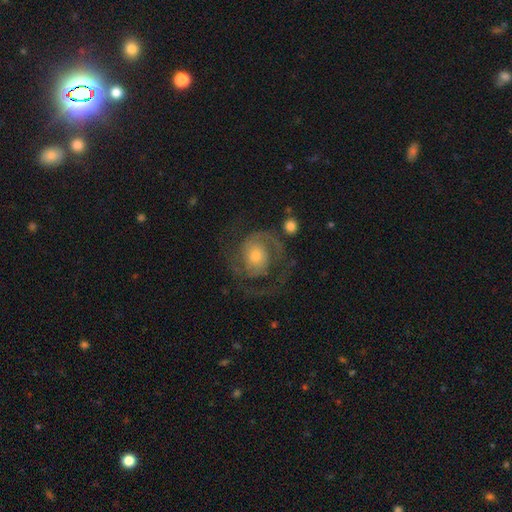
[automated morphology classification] smooth-or-featured: featured or disk: 84% | smooth: 10% | star or artifact: 6%
  disk-edge-on: no: 98% | yes: 2%
    bar: no: 70% | weak: 25% | strong: 5%
    has-spiral-arms: yes: 94% | no: 6%
      spiral-winding: medium: 45% | tight: 40% | loose: 15%
      spiral-arm-count: 2: 72% | 1: 10% | can't tell: 9% | 3: 6% | 4: 2% | more than 4: 2%
    bulge-size: moderate: 52% | small: 38% | large: 6% | none: 2% | dominant: 1%
  merging: none: 63% | major disturbance: 20% | minor disturbance: 15% | merger: 3%